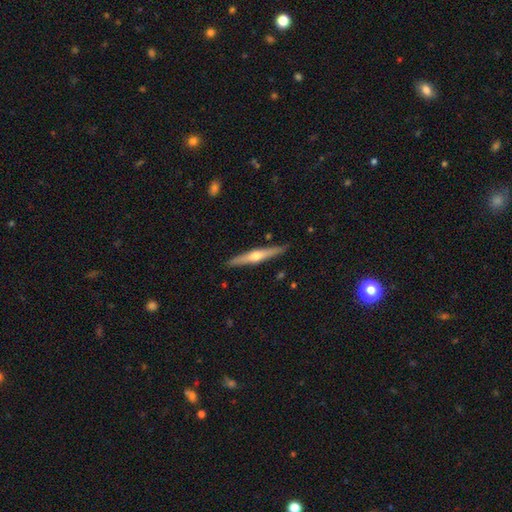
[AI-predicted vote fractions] Smooth or featured? Predicted: featured or disk (p=0.64). Edge-on disk? Predicted: yes (p=0.97). Edge-on bulge? Predicted: rounded (p=0.91). Merging? Predicted: none (p=0.89).